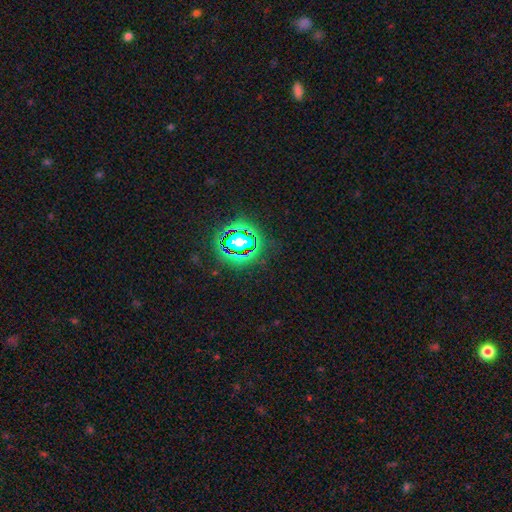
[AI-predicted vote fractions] A star or artifact, not a galaxy (81%).